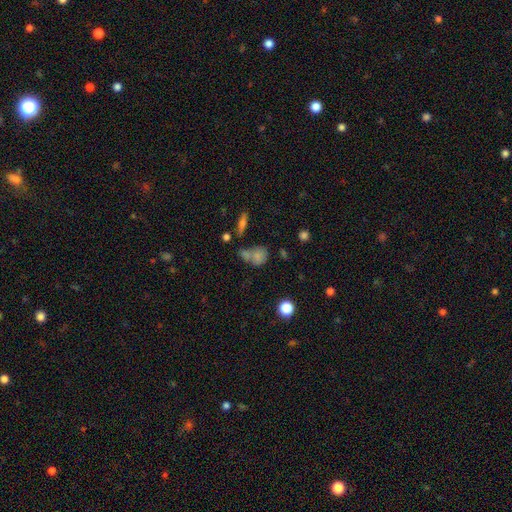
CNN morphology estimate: Smooth or featured?
  - smooth: 74% *
  - star or artifact: 13%
  - featured or disk: 13%
How rounded?
  - round: 53% *
  - in between: 44%
  - cigar-shaped: 3%
Merging?
  - none: 41% *
  - merger: 38%
  - minor disturbance: 14%
  - major disturbance: 7%